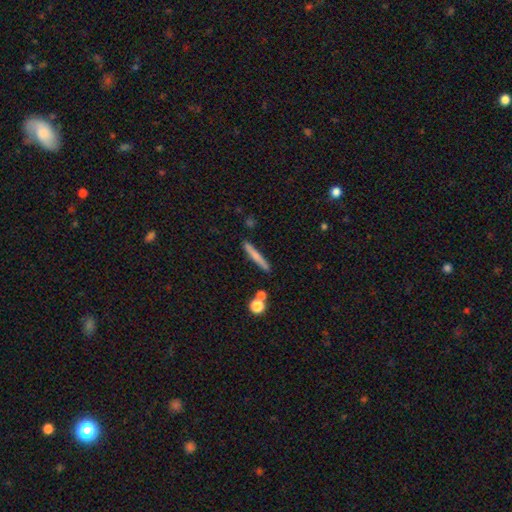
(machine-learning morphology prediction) smooth_or_featured: smooth (p=0.66) [alt: featured or disk p=0.26]
how_rounded: cigar-shaped (p=0.94) [alt: in between p=0.04]
merging: none (p=0.83) [alt: minor disturbance p=0.10]